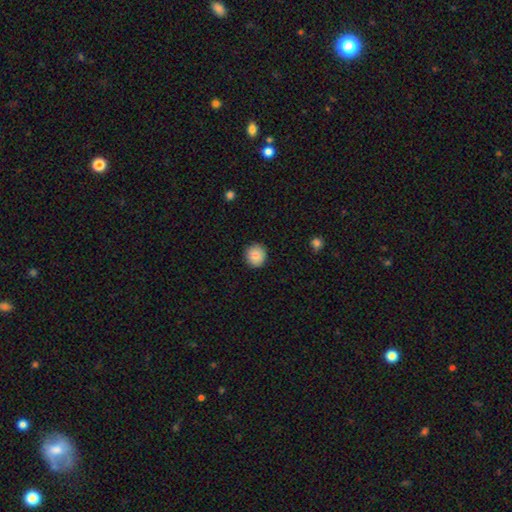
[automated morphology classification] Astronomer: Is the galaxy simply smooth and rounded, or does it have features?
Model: smooth — 88%.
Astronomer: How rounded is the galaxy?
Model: round — 91%.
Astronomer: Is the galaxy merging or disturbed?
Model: none — 91%.